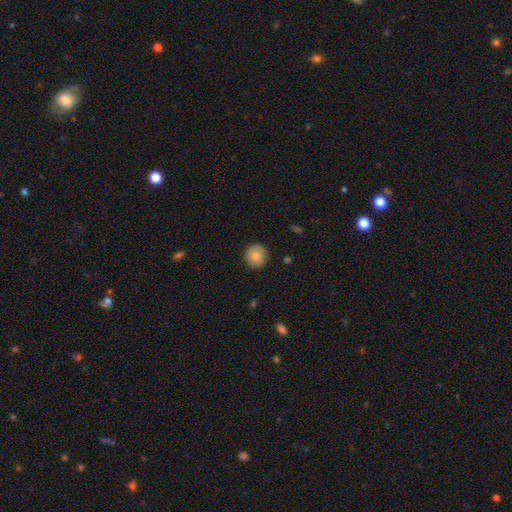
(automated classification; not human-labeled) Smooth or featured? Predicted: smooth (p=0.82). How rounded? Predicted: round (p=0.93). Merging? Predicted: none (p=0.90).